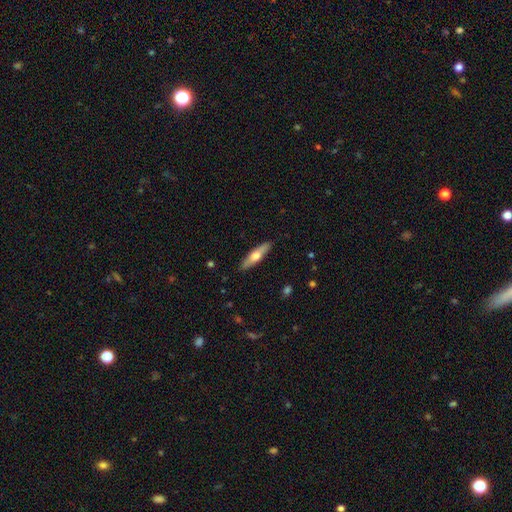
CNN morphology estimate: Smooth or featured?
  - smooth: 50% *
  - featured or disk: 44%
  - star or artifact: 5%
How rounded?
  - cigar-shaped: 74% *
  - in between: 24%
  - round: 2%
Merging?
  - none: 90% *
  - minor disturbance: 8%
  - major disturbance: 2%
  - merger: 1%